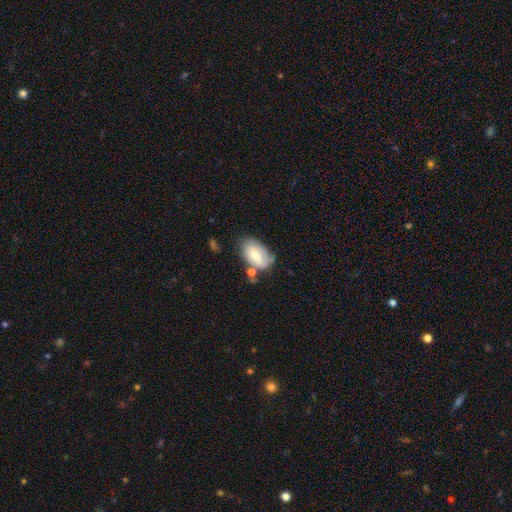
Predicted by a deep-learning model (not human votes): Smooth or featured? Predicted: smooth (p=0.63). How rounded? Predicted: in between (p=0.91). Merging? Predicted: none (p=0.53).